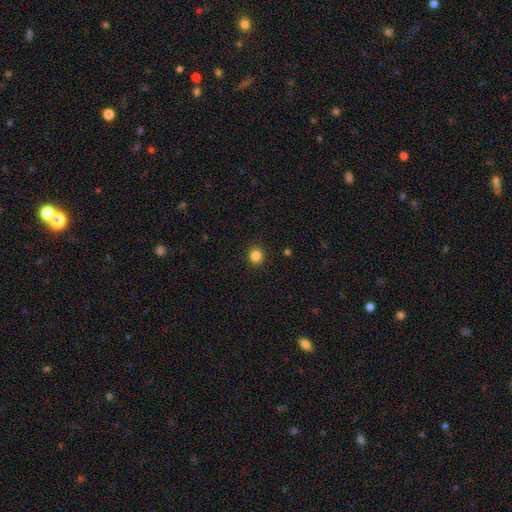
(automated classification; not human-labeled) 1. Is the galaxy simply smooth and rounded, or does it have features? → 85% smooth, 12% star or artifact, 4% featured or disk.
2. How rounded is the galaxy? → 90% round, 9% in between, 1% cigar-shaped.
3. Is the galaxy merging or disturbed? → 92% none, 5% minor disturbance, 2% major disturbance, 1% merger.